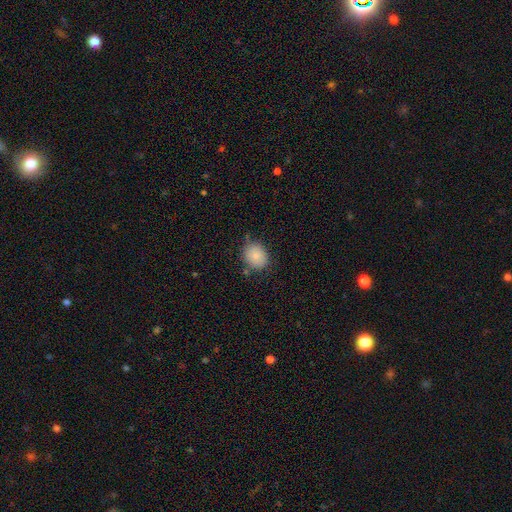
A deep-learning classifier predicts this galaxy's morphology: Q: Smooth or featured?
A: smooth (84%); runner-up: star or artifact (9%)
Q: How rounded?
A: round (63%); runner-up: in between (36%)
Q: Merging?
A: none (75%); runner-up: minor disturbance (18%)